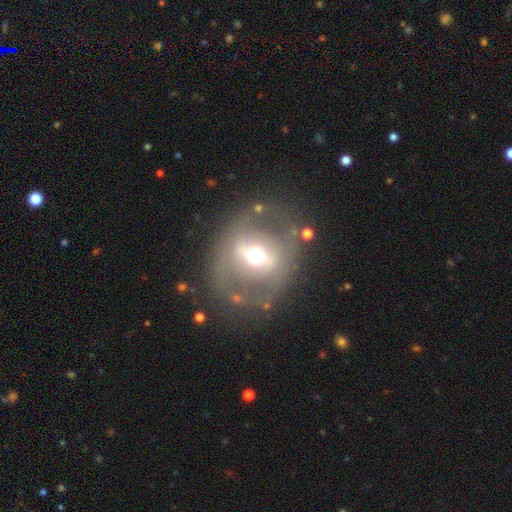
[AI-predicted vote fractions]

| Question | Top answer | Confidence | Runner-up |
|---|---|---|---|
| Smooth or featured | featured or disk | 59% | smooth (31%) |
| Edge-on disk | no | 88% | yes (12%) |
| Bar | strong | 45% | weak (29%) |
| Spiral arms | no | 79% | yes (21%) |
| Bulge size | moderate | 64% | large (17%) |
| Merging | none | 70% | minor disturbance (13%) |